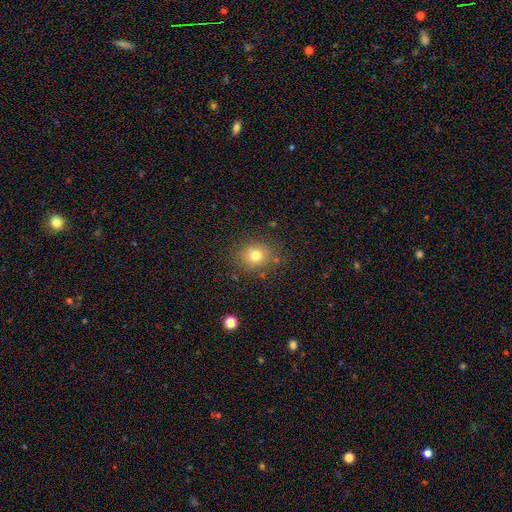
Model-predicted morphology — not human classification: Smooth or featured? Predicted: smooth (p=0.76). How rounded? Predicted: round (p=0.72). Merging? Predicted: none (p=0.81).